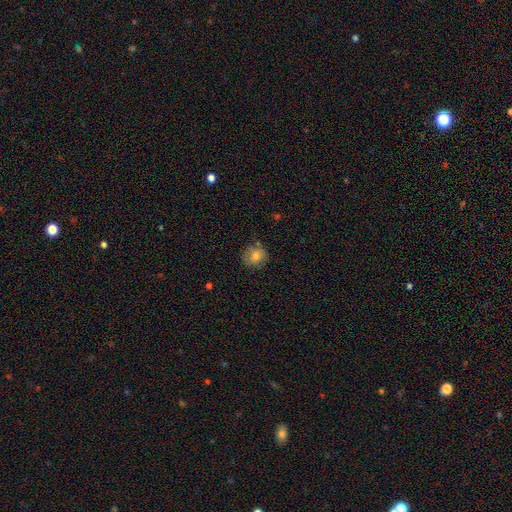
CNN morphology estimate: A smooth galaxy with no disk features (78%) that is round (81%). Merging: none (79%).